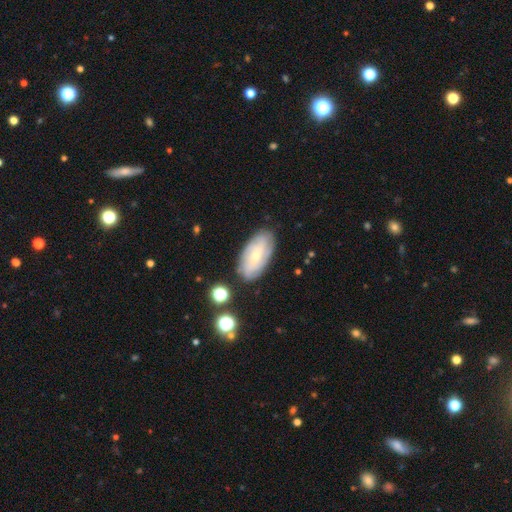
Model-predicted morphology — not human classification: This appears to be a featured or disk galaxy (58%) with no bar (61%), spiral arms (82%) and a small central bulge (69%). Merging: none (79%).